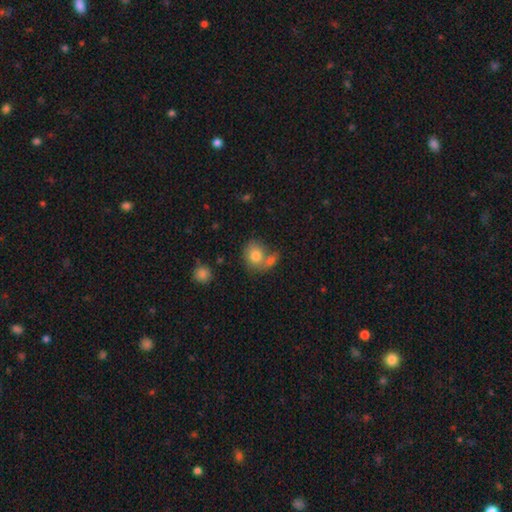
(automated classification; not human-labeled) A smooth galaxy with no disk features (78%) that is round (63%).

Vote fractions:
- Smooth or featured? smooth: 78% / featured or disk: 13% / star or artifact: 9%
- How rounded? round: 63% / in between: 36% / cigar-shaped: 1%
- Merging? none: 41% / merger: 40% / minor disturbance: 13% / major disturbance: 6%